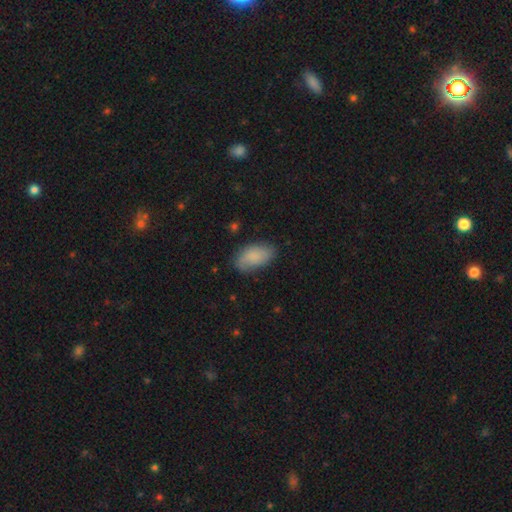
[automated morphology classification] This is clearly a smooth galaxy (81%). How rounded: clearly in between (94%). Merging: likely none (73%).